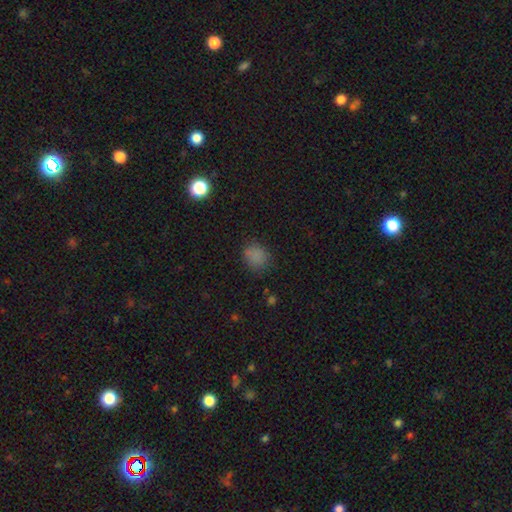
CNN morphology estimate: This is likely a smooth galaxy (79%). How rounded: possibly round (60%). Merging: likely none (75%).